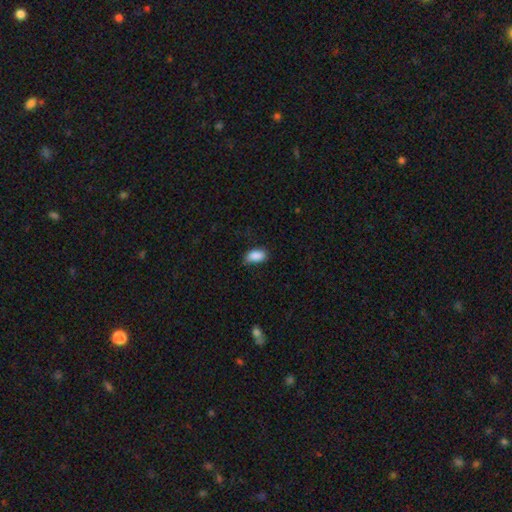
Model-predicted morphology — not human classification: smooth-or-featured: smooth: 89% | star or artifact: 7% | featured or disk: 4%
  how-rounded: in between: 92% | cigar-shaped: 4% | round: 4%
  merging: none: 75% | minor disturbance: 20% | major disturbance: 4% | merger: 1%